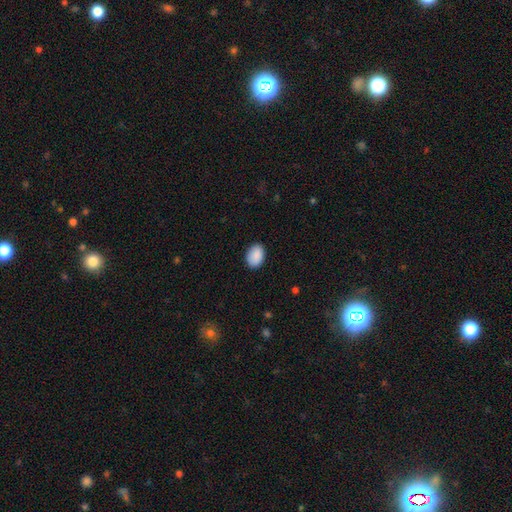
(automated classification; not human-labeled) Smooth or featured? smooth (90%)
How rounded? in between (83%)
Merging? none (86%)